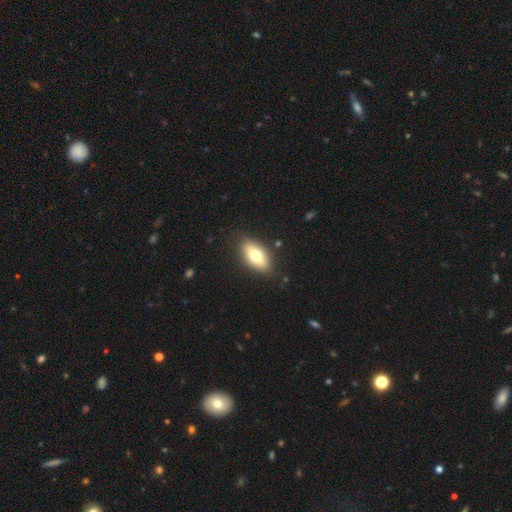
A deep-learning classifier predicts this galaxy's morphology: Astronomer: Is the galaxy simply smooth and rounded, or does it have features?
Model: smooth — 72%.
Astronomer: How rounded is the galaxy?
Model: in between — 88%.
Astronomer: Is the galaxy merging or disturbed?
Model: none — 85%.